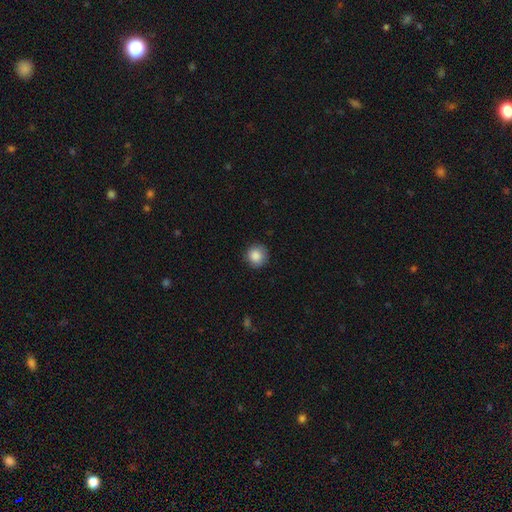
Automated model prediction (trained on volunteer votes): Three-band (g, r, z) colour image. It shows a smooth galaxy with no disk features (87%) that is round (93%). Merging: none (85%).